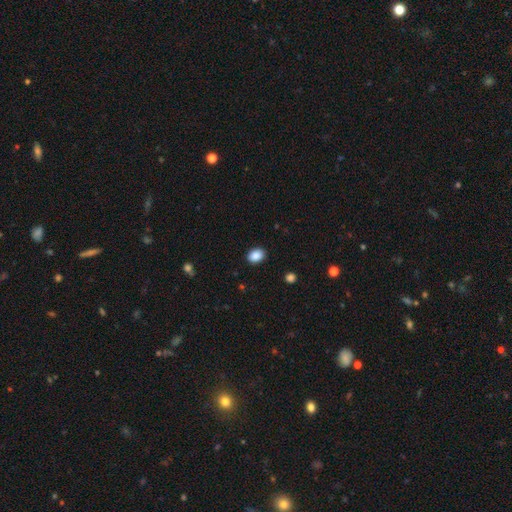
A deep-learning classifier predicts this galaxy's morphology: A smooth galaxy with no disk features (89%) that is in between round and cigar-shaped (63%).

Vote fractions:
- Smooth or featured? smooth: 89% / star or artifact: 8% / featured or disk: 3%
- How rounded? in between: 63% / round: 36% / cigar-shaped: 1%
- Merging? none: 90% / minor disturbance: 7% / major disturbance: 2% / merger: 1%